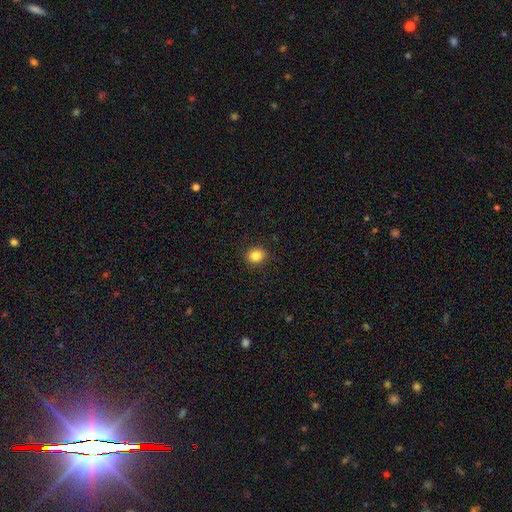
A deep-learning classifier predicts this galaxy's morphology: smooth-or-featured: smooth: 84% | star or artifact: 11% | featured or disk: 5%
  how-rounded: round: 67% | in between: 32% | cigar-shaped: 1%
  merging: none: 90% | minor disturbance: 7% | major disturbance: 2% | merger: 1%